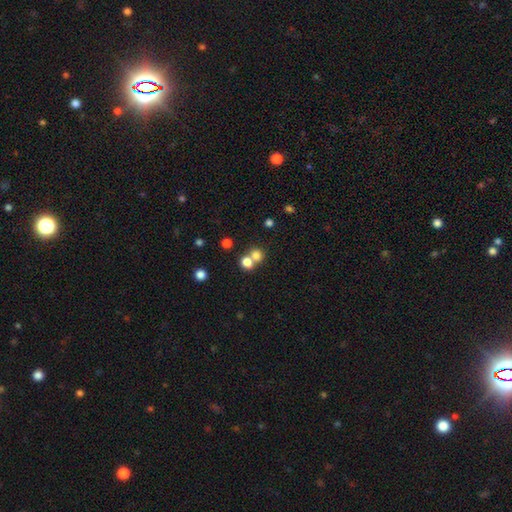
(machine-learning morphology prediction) Smooth or featured? Predicted: smooth (p=0.76). How rounded? Predicted: round (p=0.77). Merging? Predicted: merger (p=0.51).